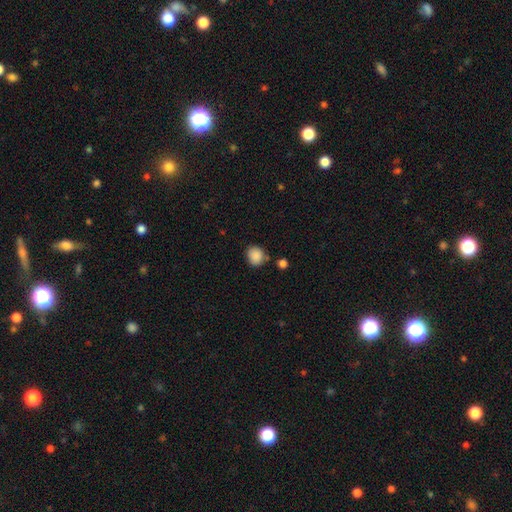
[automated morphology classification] This is clearly a smooth galaxy (88%). How rounded: likely round (76%). Merging: likely none (73%).